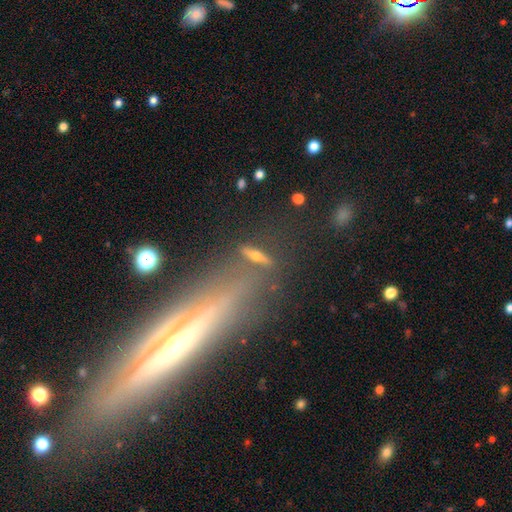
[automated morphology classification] type=featured or disk (49%); merging=none (78%).